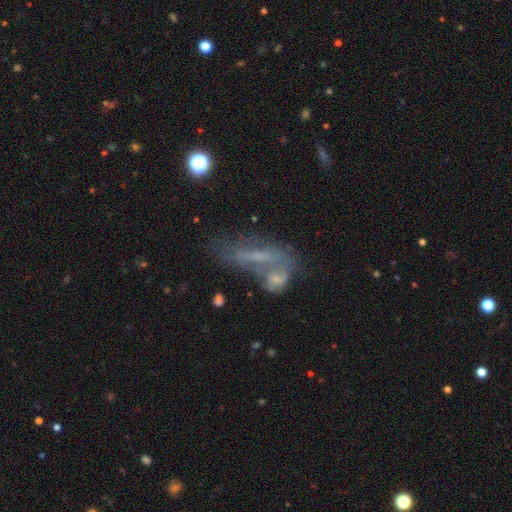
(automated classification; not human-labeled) Q: Smooth or featured?
A: featured or disk (47%); runner-up: smooth (39%)
Q: Merging?
A: merger (41%); runner-up: none (28%)